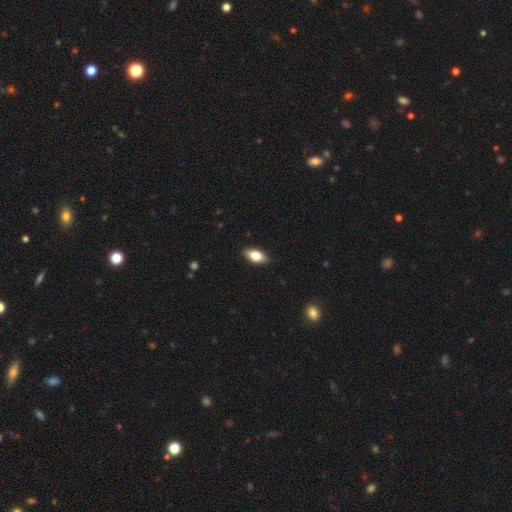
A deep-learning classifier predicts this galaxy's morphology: smooth_or_featured: smooth (p=0.78) [alt: featured or disk p=0.15]
how_rounded: in between (p=0.89) [alt: cigar-shaped p=0.06]
merging: none (p=0.87) [alt: minor disturbance p=0.10]